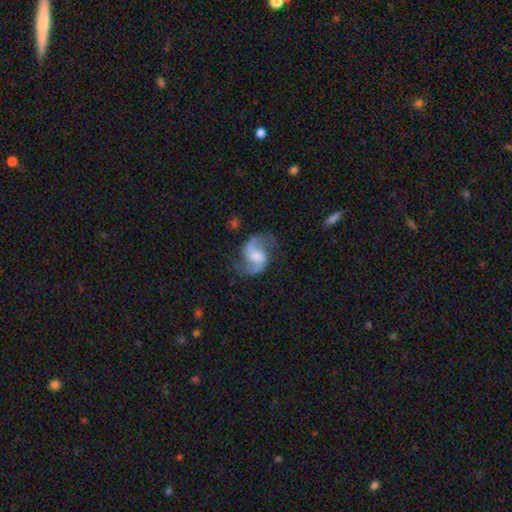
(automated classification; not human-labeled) Q: Smooth or featured?
A: featured or disk (89%); runner-up: smooth (6%)
Q: Edge-on disk?
A: no (98%); runner-up: yes (2%)
Q: Bar?
A: weak (50%); runner-up: no (33%)
Q: Spiral arms?
A: yes (97%); runner-up: no (3%)
Q: Spiral winding?
A: loose (49%); runner-up: medium (44%)
Q: Spiral arm count?
A: 2 (93%); runner-up: can't tell (2%)
Q: Bulge size?
A: moderate (33%); runner-up: none (28%)
Q: Merging?
A: none (74%); runner-up: minor disturbance (15%)